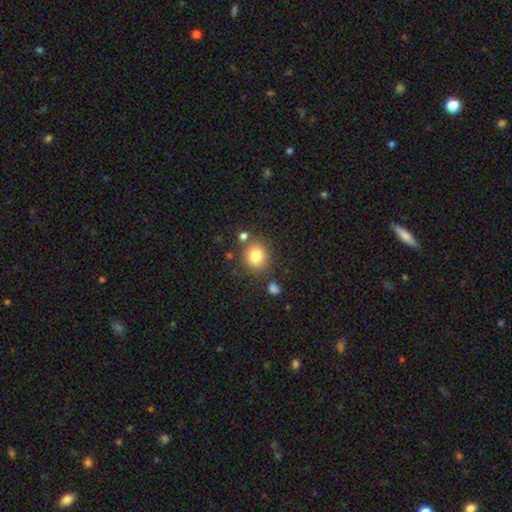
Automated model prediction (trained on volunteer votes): Smooth or featured: smooth — 82% (star or artifact — 10%)
How rounded: round — 79% (in between — 20%)
Merging: none — 76% (minor disturbance — 11%)